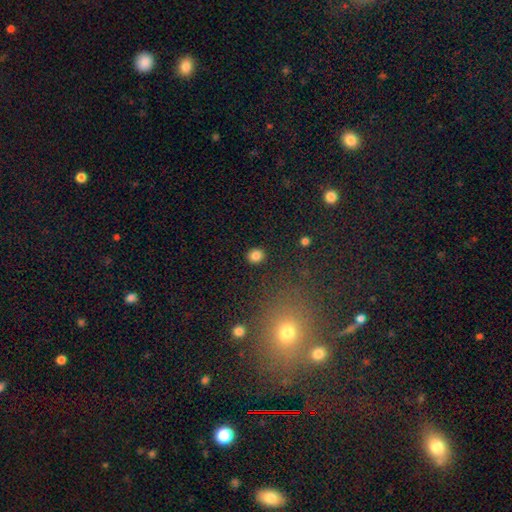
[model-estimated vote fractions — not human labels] This appears to be a smooth galaxy with no disk features (84%) that is round (84%). Merging: none (91%).